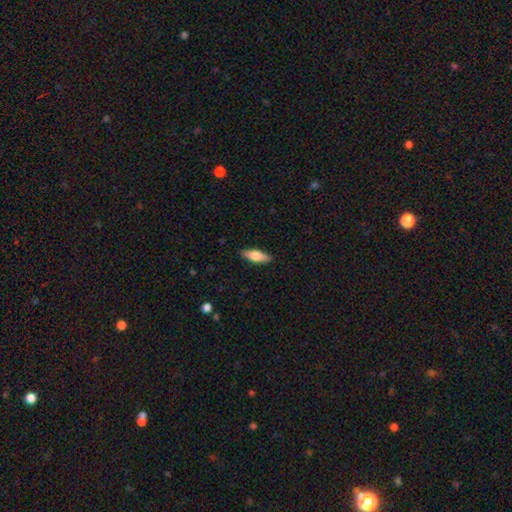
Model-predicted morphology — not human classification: Q: Smooth or featured?
A: smooth (62%); runner-up: featured or disk (32%)
Q: How rounded?
A: in between (53%); runner-up: cigar-shaped (45%)
Q: Merging?
A: none (89%); runner-up: minor disturbance (9%)